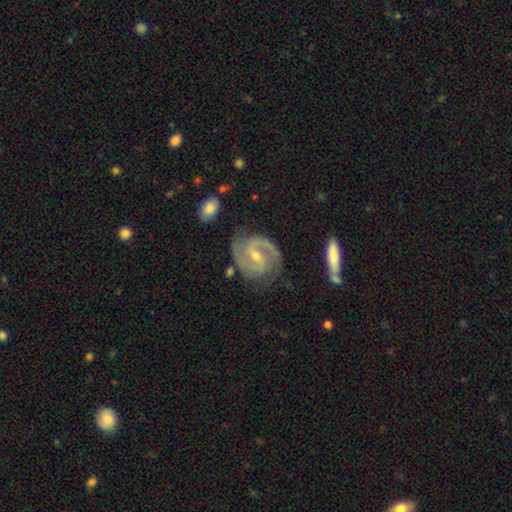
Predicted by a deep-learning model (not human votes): This is clearly a featured or disk galaxy (92%). It is clearly not viewed edge-on (97%). Bar: possibly weak (48%). Spiral arm pattern: clearly yes (98%). Spiral arm count: clearly 2 (90%). Spiral winding: possibly medium (54%). Central bulge: possibly small (58%). Merging: likely none (76%).